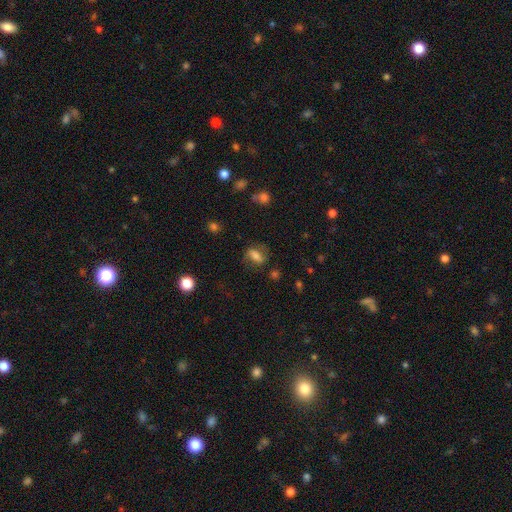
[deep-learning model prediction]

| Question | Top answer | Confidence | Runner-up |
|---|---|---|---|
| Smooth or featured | smooth | 59% | featured or disk (29%) |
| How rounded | in between | 71% | cigar-shaped (15%) |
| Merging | none | 69% | minor disturbance (18%) |